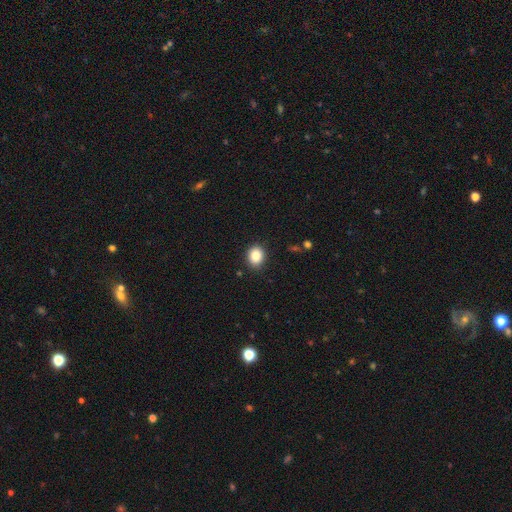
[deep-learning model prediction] A smooth galaxy with no disk features (85%) that is round (63%).

Vote fractions:
- Smooth or featured? smooth: 85% / star or artifact: 10% / featured or disk: 5%
- How rounded? round: 63% / in between: 36% / cigar-shaped: 1%
- Merging? none: 89% / minor disturbance: 8% / major disturbance: 2% / merger: 1%